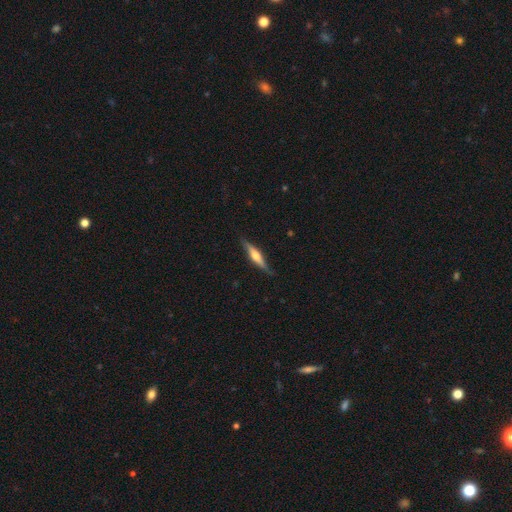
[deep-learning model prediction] smooth_or_featured: featured or disk (p=0.62) [alt: smooth p=0.33]
disk_edge_on: yes (p=0.96) [alt: no p=0.04]
edge_on_bulge: rounded (p=0.87) [alt: boxy p=0.08]
merging: none (p=0.83) [alt: minor disturbance p=0.14]